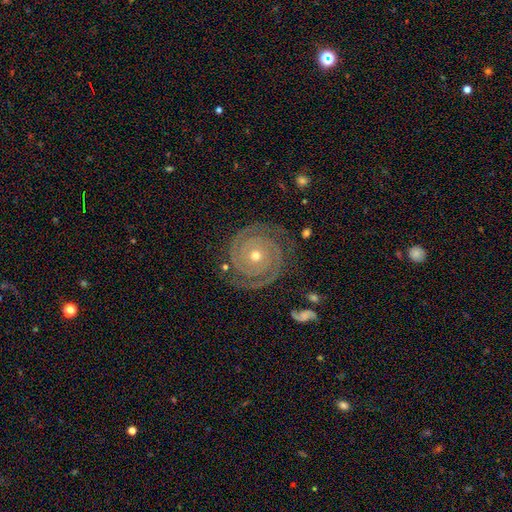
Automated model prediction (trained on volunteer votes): smooth-or-featured: featured or disk: 92% | star or artifact: 5% | smooth: 3%
  disk-edge-on: no: 98% | yes: 2%
    bar: no: 80% | weak: 12% | strong: 7%
    has-spiral-arms: yes: 99% | no: 1%
      spiral-winding: tight: 87% | medium: 11% | loose: 2%
      spiral-arm-count: 2: 88% | 3: 4% | can't tell: 3% | 4: 2% | 1: 2% | more than 4: 2%
    bulge-size: moderate: 52% | small: 45% | large: 1% | none: 1% | dominant: 1%
  merging: none: 84% | minor disturbance: 11% | major disturbance: 3% | merger: 2%